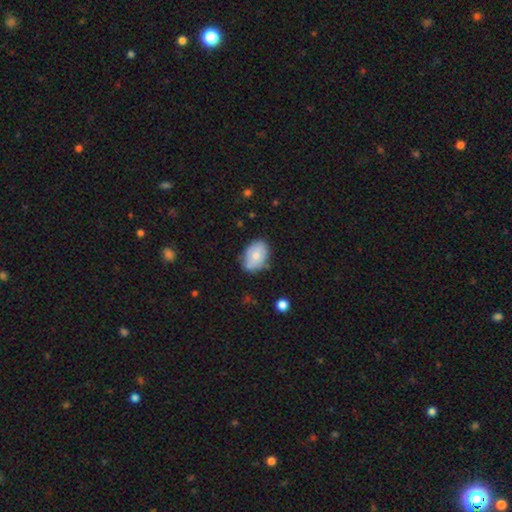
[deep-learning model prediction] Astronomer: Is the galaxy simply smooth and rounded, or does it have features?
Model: smooth — 75%.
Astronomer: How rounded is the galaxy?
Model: in between — 85%.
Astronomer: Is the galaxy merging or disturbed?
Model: none — 71%.